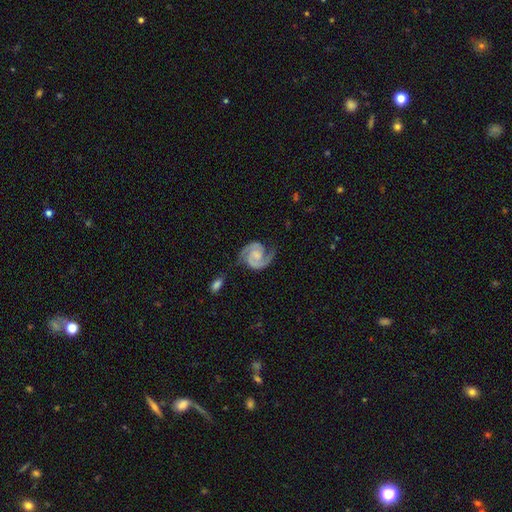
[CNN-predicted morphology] This appears to be a featured or disk galaxy (92%) with no bar (54%), 2 (94%) medium (49%) spiral arms (99%) and no central bulge (33%). Merging: none (74%).